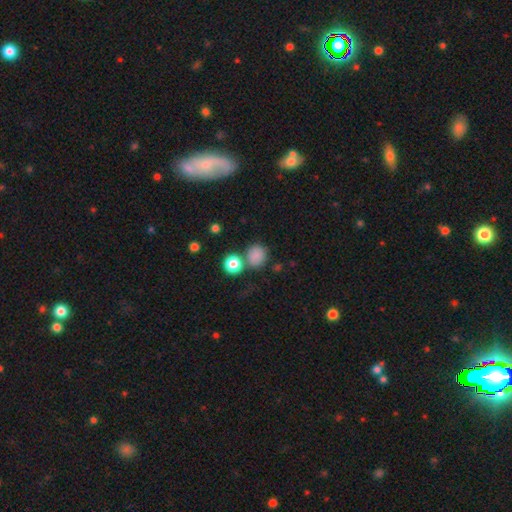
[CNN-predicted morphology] A smooth galaxy with no disk features (82%) that is round (82%). Merging: none (66%).